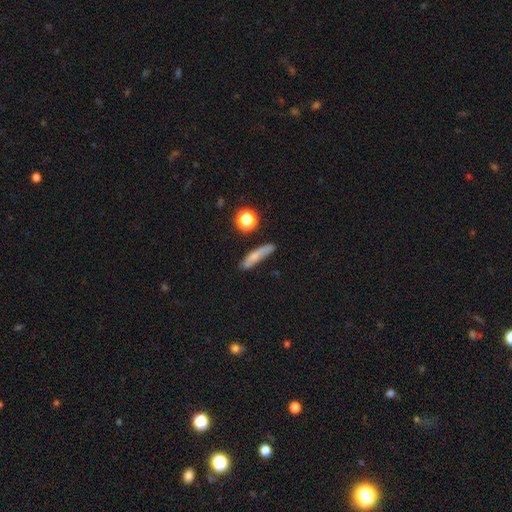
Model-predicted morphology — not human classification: Smooth or featured? smooth (66%)
How rounded? cigar-shaped (75%)
Merging? none (67%)